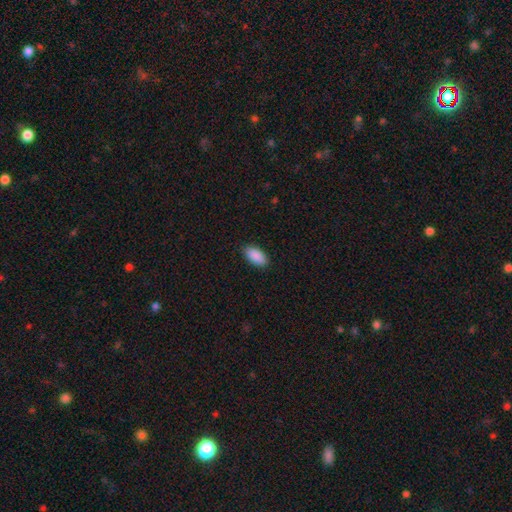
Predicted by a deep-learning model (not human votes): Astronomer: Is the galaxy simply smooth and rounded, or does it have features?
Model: smooth — 91%.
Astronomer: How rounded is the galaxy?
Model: in between — 94%.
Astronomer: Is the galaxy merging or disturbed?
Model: none — 88%.